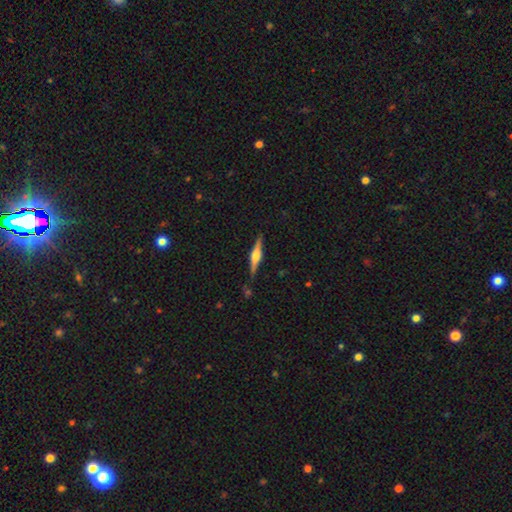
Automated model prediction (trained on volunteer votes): This appears to be a featured or disk galaxy (75%) viewed edge-on (98%) with a rounded central bulge (85%). Merging: none (87%).